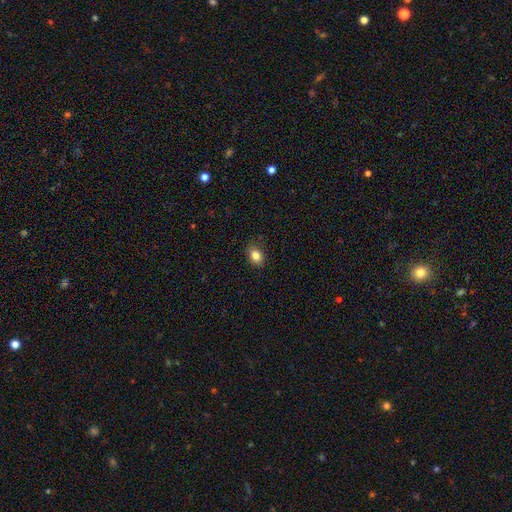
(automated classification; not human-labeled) Overall: smooth (84%). How rounded: in between (63%; round 36%). Merging: none (82%).